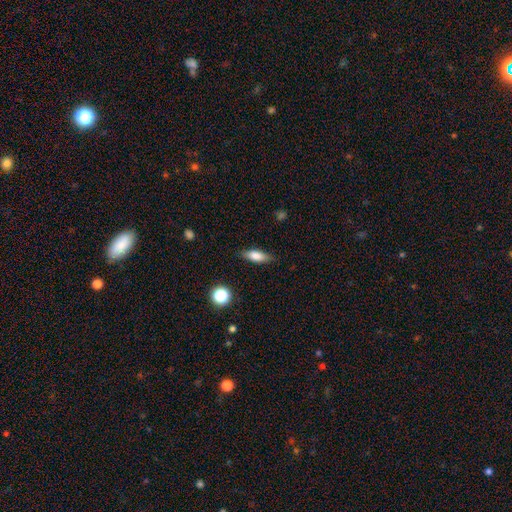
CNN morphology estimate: Q: Smooth or featured?
A: smooth (75%); runner-up: featured or disk (17%)
Q: How rounded?
A: in between (62%); runner-up: cigar-shaped (35%)
Q: Merging?
A: none (84%); runner-up: minor disturbance (12%)